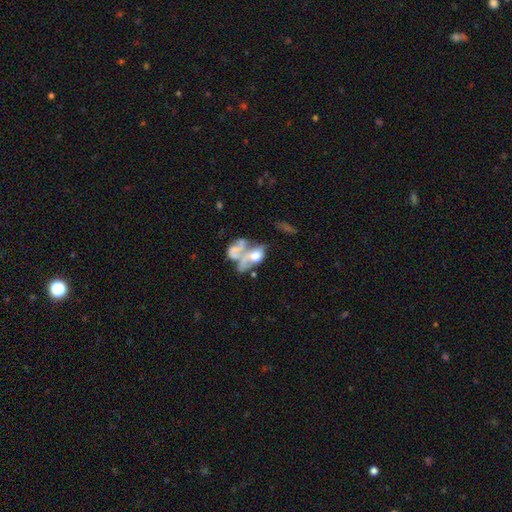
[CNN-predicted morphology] featured or disk 47%, smooth 40%, star or artifact 12%. Down the decision tree: merging — merger (55%).